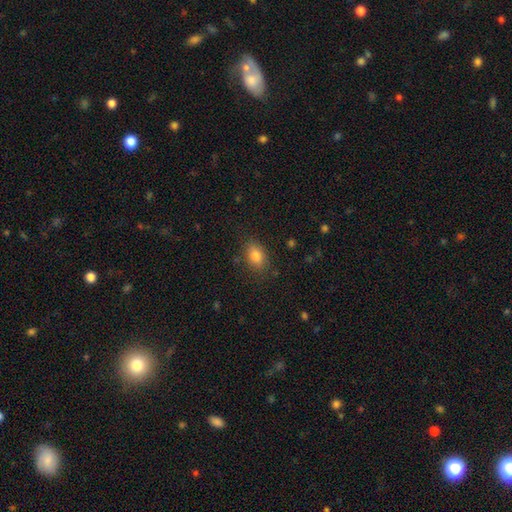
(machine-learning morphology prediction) This is clearly a smooth galaxy (82%). How rounded: clearly in between (83%). Merging: clearly none (82%).